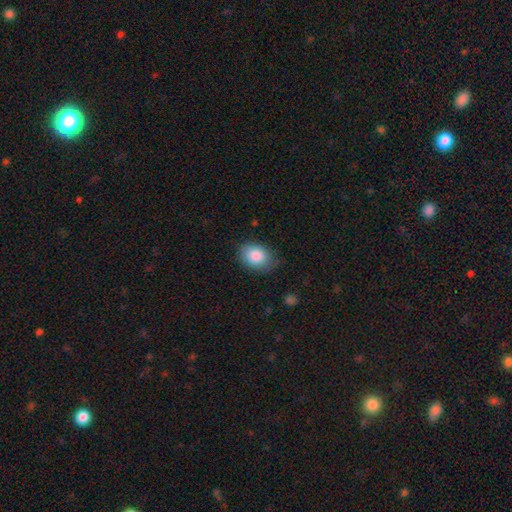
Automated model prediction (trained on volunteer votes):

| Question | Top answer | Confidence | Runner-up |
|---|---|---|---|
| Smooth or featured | smooth | 86% | star or artifact (7%) |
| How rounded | in between | 75% | round (24%) |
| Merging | none | 78% | minor disturbance (17%) |